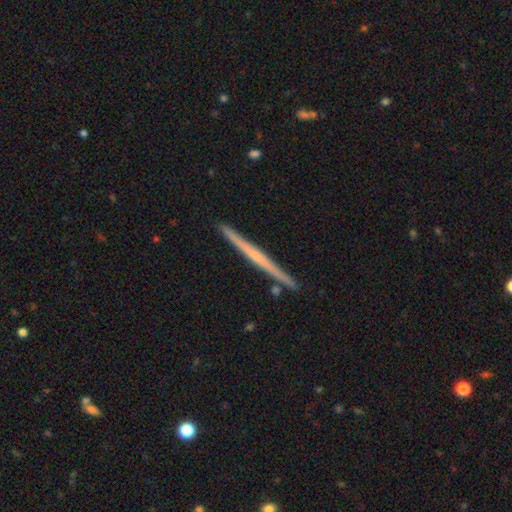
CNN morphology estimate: smooth_or_featured: featured or disk (p=0.66) [alt: smooth p=0.29]
disk_edge_on: yes (p=0.98) [alt: no p=0.02]
edge_on_bulge: none (p=0.69) [alt: rounded p=0.25]
merging: none (p=0.91) [alt: minor disturbance p=0.06]